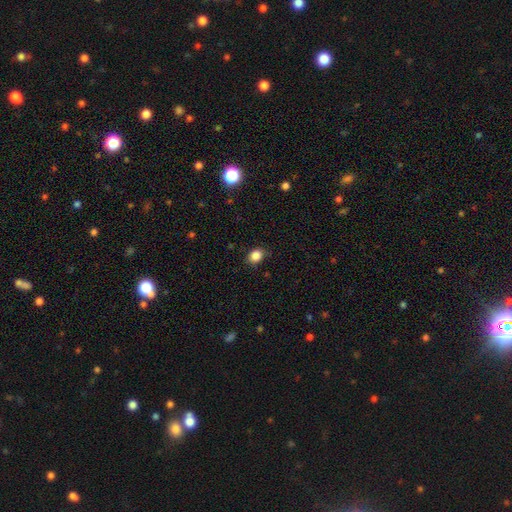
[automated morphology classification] smooth_or_featured: smooth (p=0.85) [alt: star or artifact p=0.10]
how_rounded: in between (p=0.55) [alt: round p=0.44]
merging: none (p=0.83) [alt: minor disturbance p=0.13]